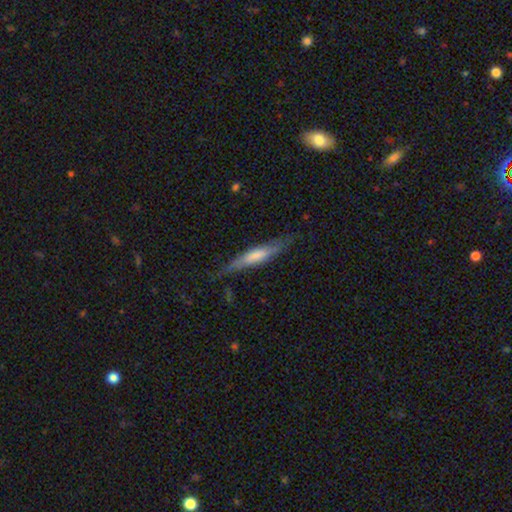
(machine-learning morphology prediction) Q: Smooth or featured?
A: smooth (57%); runner-up: featured or disk (37%)
Q: How rounded?
A: cigar-shaped (86%); runner-up: in between (12%)
Q: Merging?
A: none (75%); runner-up: minor disturbance (18%)